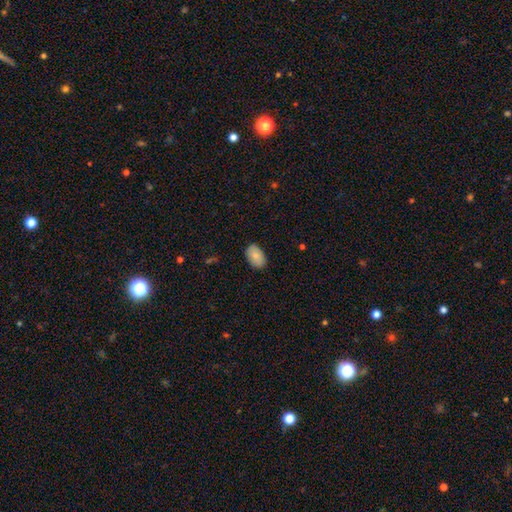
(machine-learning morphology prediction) The model was most divided on "merging": none: 85%, minor disturbance: 12%, major disturbance: 2%, merger: 1%. More confident: how rounded — in between (91%); smooth or featured — smooth (85%).